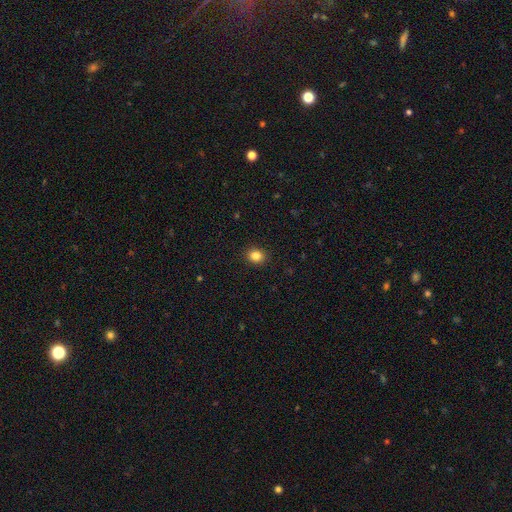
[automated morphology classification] Smooth or featured?
  - smooth: 84% *
  - star or artifact: 11%
  - featured or disk: 5%
How rounded?
  - round: 71% *
  - in between: 29%
  - cigar-shaped: 1%
Merging?
  - none: 91% *
  - minor disturbance: 6%
  - major disturbance: 2%
  - merger: 1%